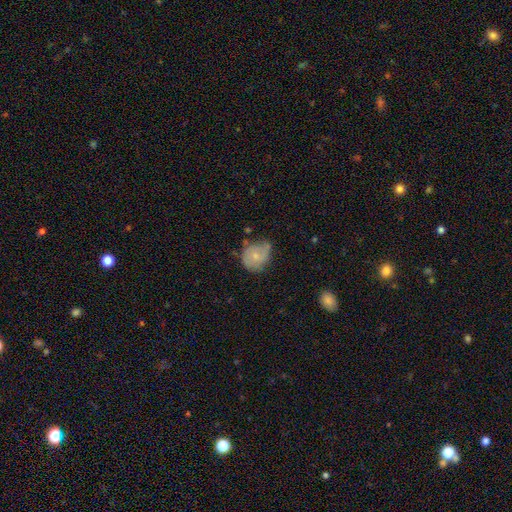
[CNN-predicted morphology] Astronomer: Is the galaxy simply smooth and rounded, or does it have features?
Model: smooth — 61%.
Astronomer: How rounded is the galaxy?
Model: round — 63%.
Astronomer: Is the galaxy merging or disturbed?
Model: none — 45% (runner-up: minor disturbance, 38%).